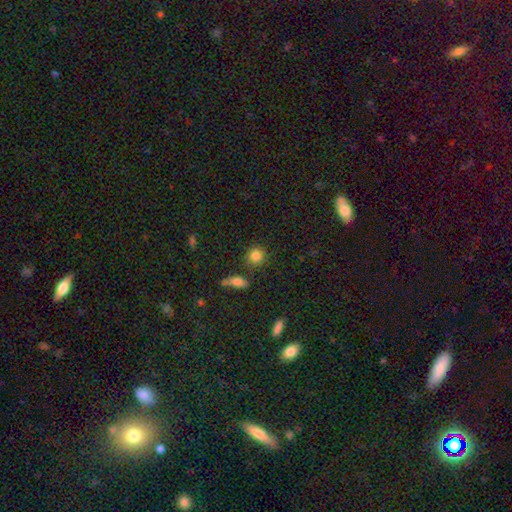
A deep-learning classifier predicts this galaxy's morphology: smooth-or-featured: smooth: 84% | star or artifact: 11% | featured or disk: 6%
  how-rounded: round: 87% | in between: 12% | cigar-shaped: 1%
  merging: none: 80% | minor disturbance: 10% | merger: 7% | major disturbance: 3%